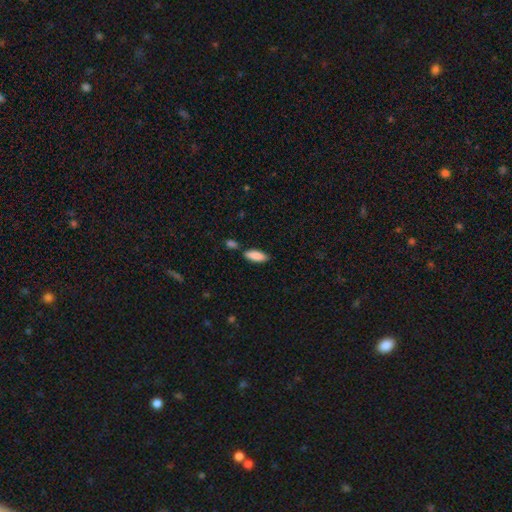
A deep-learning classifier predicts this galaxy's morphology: This appears to be a smooth galaxy with no disk features (87%) that is in between round and cigar-shaped (72%). Merging: none (77%).